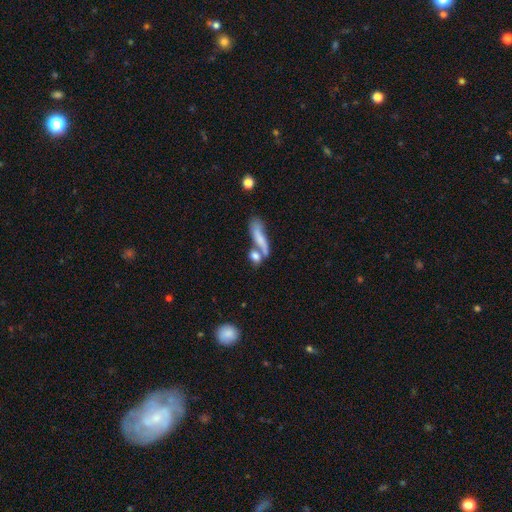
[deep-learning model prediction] smooth-or-featured: smooth: 69% | featured or disk: 22% | star or artifact: 10%
  how-rounded: in between: 45% | cigar-shaped: 38% | round: 18%
  merging: merger: 46% | none: 33% | minor disturbance: 12% | major disturbance: 10%